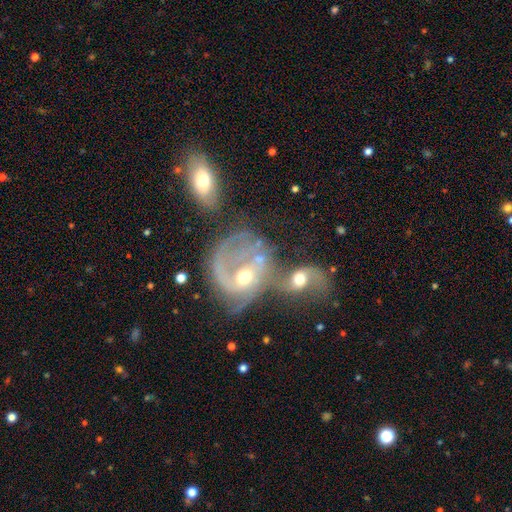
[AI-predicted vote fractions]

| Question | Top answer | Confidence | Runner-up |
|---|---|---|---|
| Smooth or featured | featured or disk | 76% | smooth (16%) |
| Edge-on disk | no | 97% | yes (3%) |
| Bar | no | 63% | weak (29%) |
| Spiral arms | yes | 82% | no (18%) |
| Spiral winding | medium | 42% | loose (31%) |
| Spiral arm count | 2 | 44% | can't tell (23%) |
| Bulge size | moderate | 66% | small (24%) |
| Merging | merger | 62% | major disturbance (16%) |